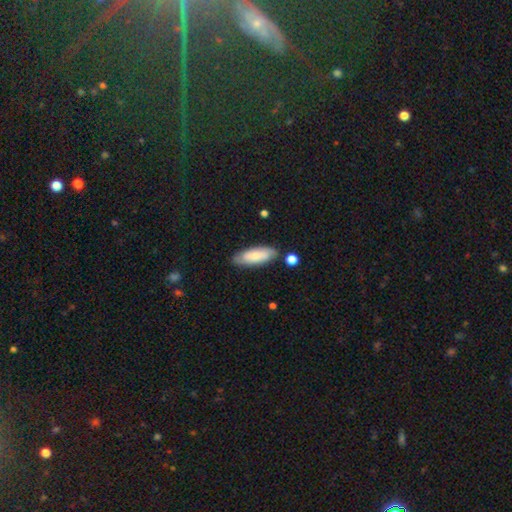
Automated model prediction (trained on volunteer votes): A smooth galaxy with no disk features (71%) that is in between round and cigar-shaped (63%). Merging: none (78%).